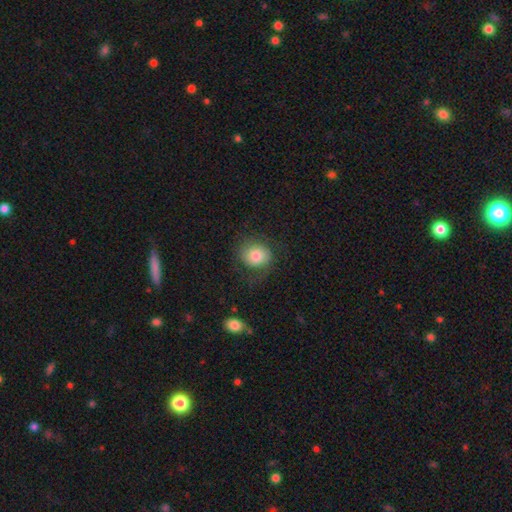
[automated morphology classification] A smooth galaxy with no disk features (73%) that is round (77%). Merging: none (64%).